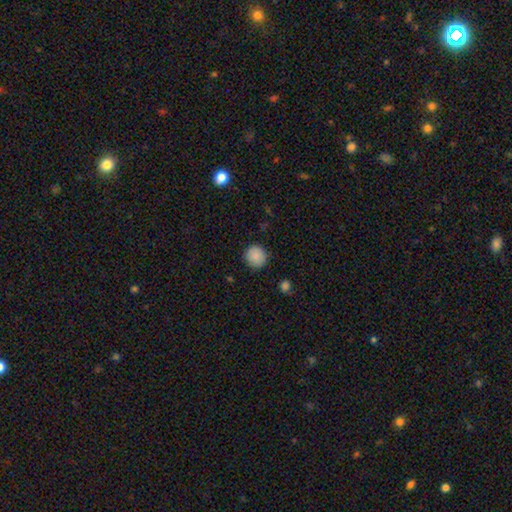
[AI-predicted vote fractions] Smooth or featured? smooth (88%)
How rounded? round (90%)
Merging? none (89%)